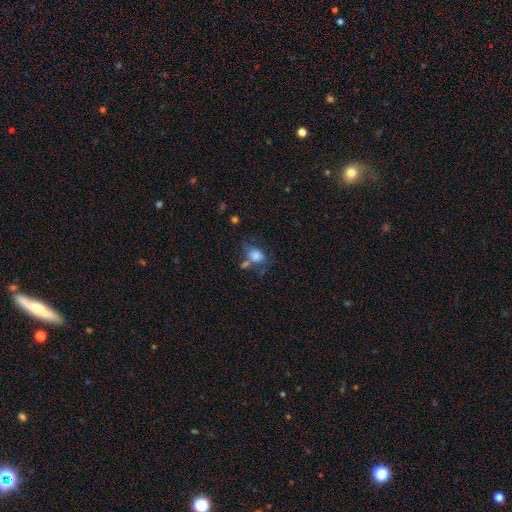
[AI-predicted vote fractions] smooth_or_featured: smooth (p=0.80) [alt: featured or disk p=0.10]
how_rounded: in between (p=0.68) [alt: round p=0.31]
merging: none (p=0.49) [alt: minor disturbance p=0.21]